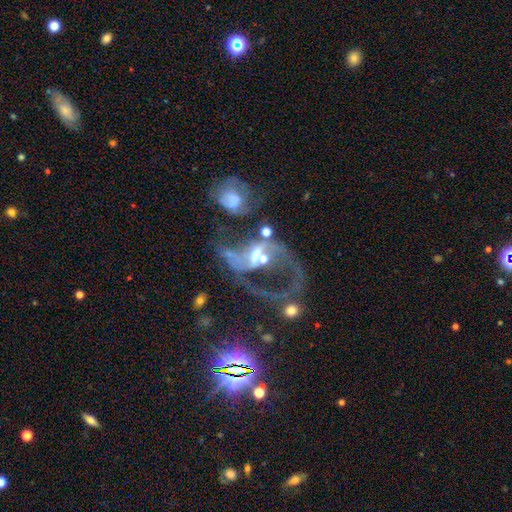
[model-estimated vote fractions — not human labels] Smooth or featured? featured or disk (76%)
Edge-on disk? no (96%)
Bar? no (39%)
Spiral arms? yes (78%)
Spiral winding? loose (67%)
Spiral arm count? 2 (66%)
Bulge size? moderate (48%)
Merging? merger (39%)